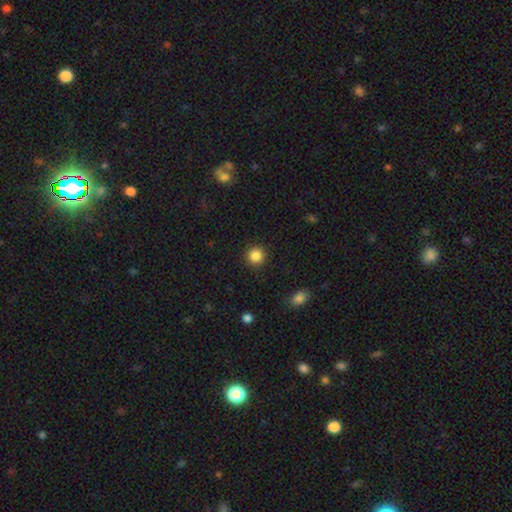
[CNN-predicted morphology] smooth-or-featured: smooth: 86% | star or artifact: 10% | featured or disk: 4%
  how-rounded: round: 94% | in between: 5% | cigar-shaped: 1%
  merging: none: 91% | minor disturbance: 5% | major disturbance: 2% | merger: 1%